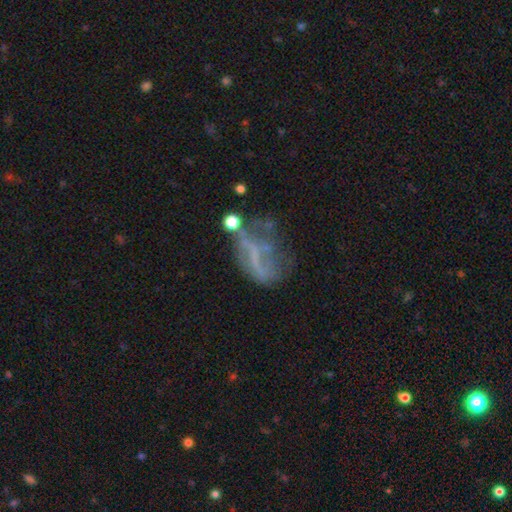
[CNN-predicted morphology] Smooth or featured: featured or disk — 51% (smooth — 27%)
Edge-on disk: no — 94% (yes — 6%)
Merging: major disturbance — 37% (none — 31%)